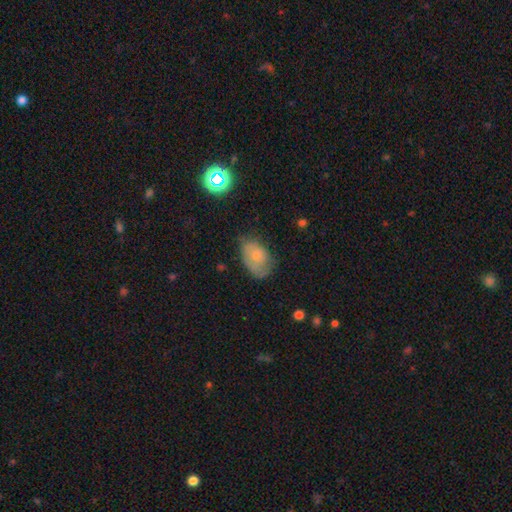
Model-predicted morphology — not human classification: smooth-or-featured: smooth: 65% | featured or disk: 25% | star or artifact: 10%
  how-rounded: in between: 88% | round: 11% | cigar-shaped: 1%
  merging: none: 52% | minor disturbance: 33% | major disturbance: 13% | merger: 2%